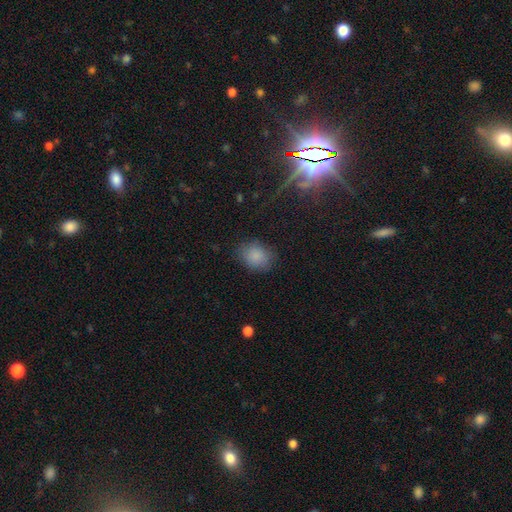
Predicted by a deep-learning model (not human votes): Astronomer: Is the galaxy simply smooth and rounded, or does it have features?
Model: smooth — 84%.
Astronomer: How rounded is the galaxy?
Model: round — 56% (runner-up: in between, 43%).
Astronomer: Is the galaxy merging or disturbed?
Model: none — 80%.